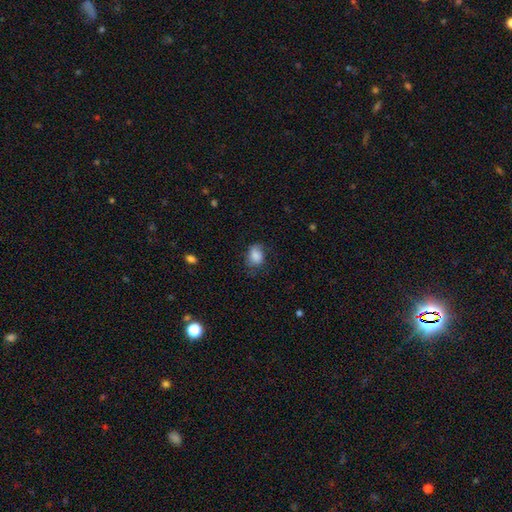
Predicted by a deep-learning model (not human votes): Q: Smooth or featured?
A: smooth (81%); runner-up: featured or disk (10%)
Q: How rounded?
A: in between (67%); runner-up: round (31%)
Q: Merging?
A: none (55%); runner-up: minor disturbance (29%)